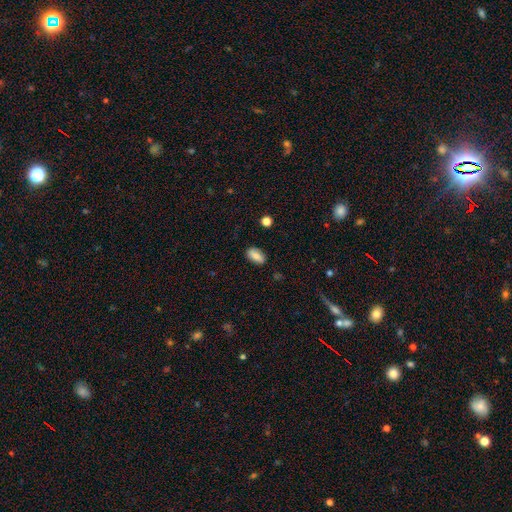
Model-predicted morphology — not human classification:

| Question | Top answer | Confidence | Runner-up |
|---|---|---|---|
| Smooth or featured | smooth | 79% | featured or disk (13%) |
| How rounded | in between | 88% | cigar-shaped (7%) |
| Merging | none | 84% | minor disturbance (12%) |